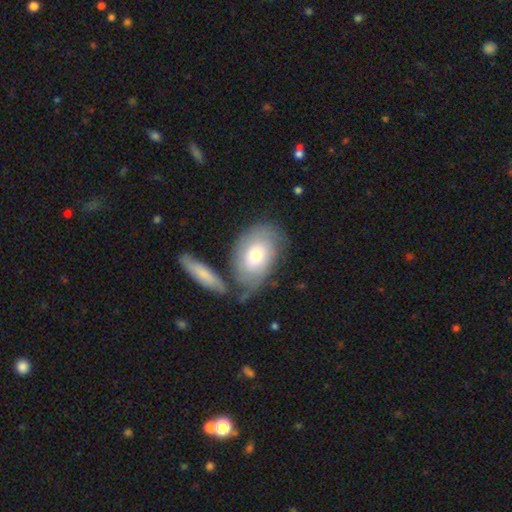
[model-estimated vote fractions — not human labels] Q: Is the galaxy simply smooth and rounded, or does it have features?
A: featured or disk — 48%.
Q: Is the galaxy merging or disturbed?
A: none — 57%.